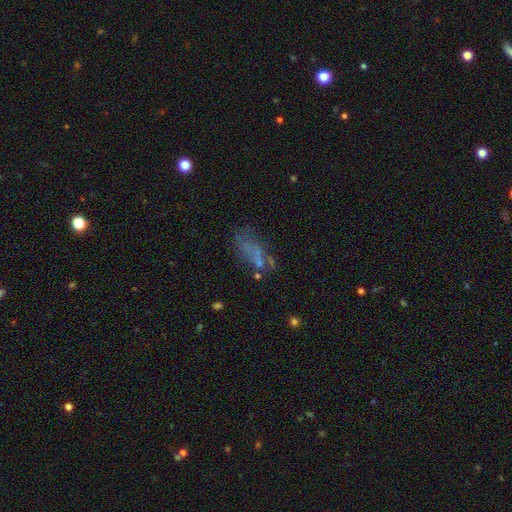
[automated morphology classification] The model was most divided on "smooth or featured": smooth: 46%, featured or disk: 34%, star or artifact: 20%. Remaining: merging — none (41%).